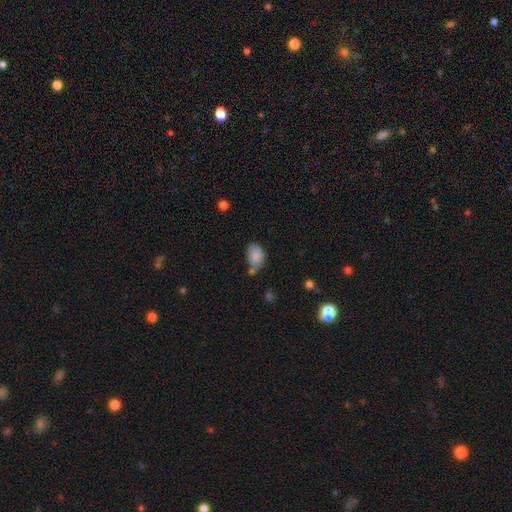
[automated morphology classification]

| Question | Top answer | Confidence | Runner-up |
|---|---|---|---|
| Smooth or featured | smooth | 84% | star or artifact (9%) |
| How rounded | in between | 83% | round (15%) |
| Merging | none | 45% | minor disturbance (30%) |